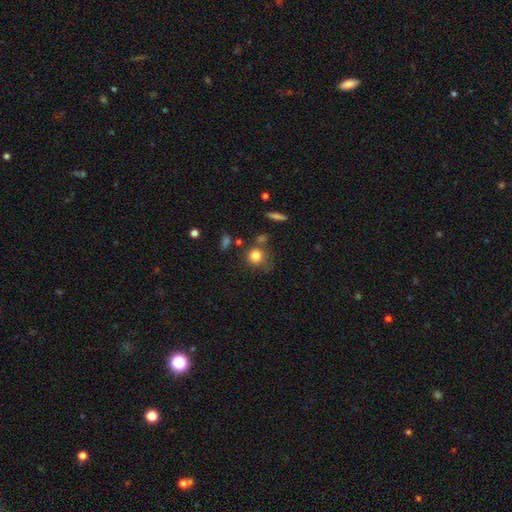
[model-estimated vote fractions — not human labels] A smooth galaxy with no disk features (81%) that is round (84%).

Vote fractions:
- Smooth or featured? smooth: 81% / star or artifact: 10% / featured or disk: 8%
- How rounded? round: 84% / in between: 15% / cigar-shaped: 1%
- Merging? none: 62% / minor disturbance: 20% / merger: 10% / major disturbance: 8%